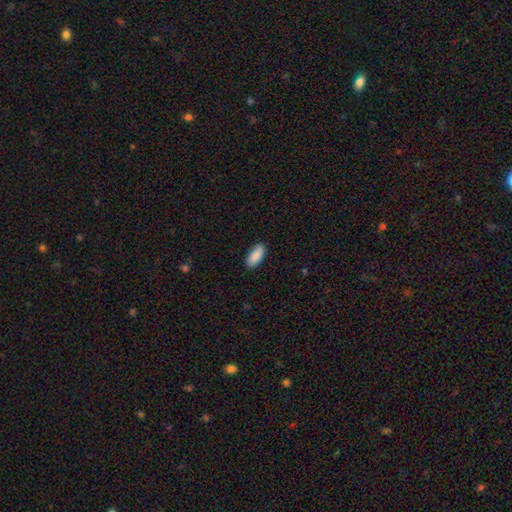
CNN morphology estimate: A smooth galaxy with no disk features (89%) that is in between round and cigar-shaped (88%).

Vote fractions:
- Smooth or featured? smooth: 89% / star or artifact: 6% / featured or disk: 5%
- How rounded? in between: 88% / cigar-shaped: 10% / round: 2%
- Merging? none: 87% / minor disturbance: 10% / major disturbance: 2% / merger: 1%